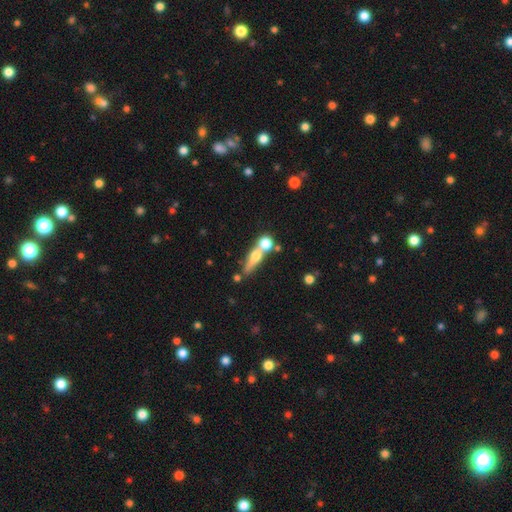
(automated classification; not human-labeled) A smooth galaxy with no disk features (52%) that is cigar-shaped (51%). Merging: merger (44%).